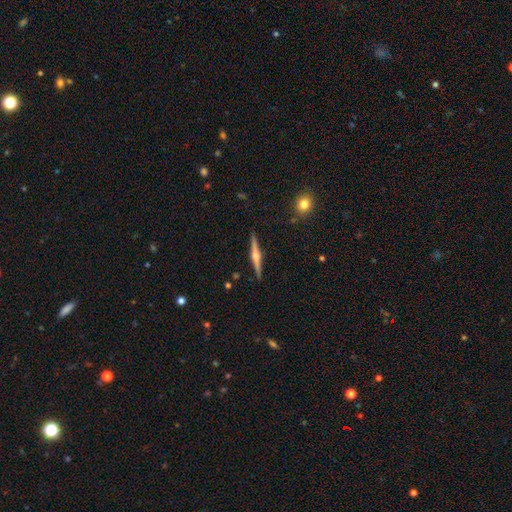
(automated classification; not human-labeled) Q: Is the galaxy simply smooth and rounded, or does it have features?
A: featured or disk — 79%.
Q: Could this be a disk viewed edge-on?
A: yes — 98%.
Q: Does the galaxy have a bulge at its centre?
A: rounded — 91%.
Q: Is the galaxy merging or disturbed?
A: none — 91%.